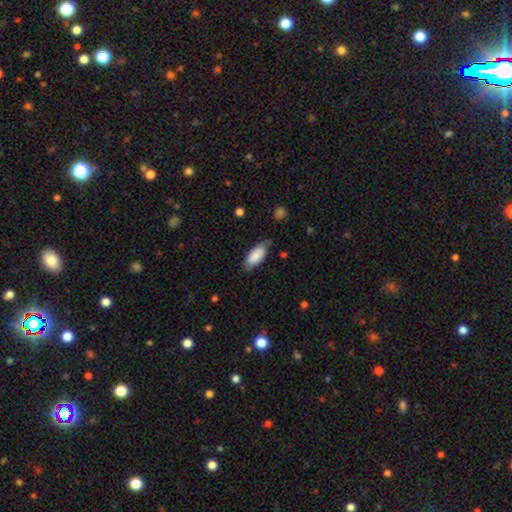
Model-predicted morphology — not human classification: The model was most divided on "merging": none: 69%, minor disturbance: 25%, major disturbance: 5%, merger: 2%. More confident: smooth or featured — smooth (84%); how rounded — in between (84%).